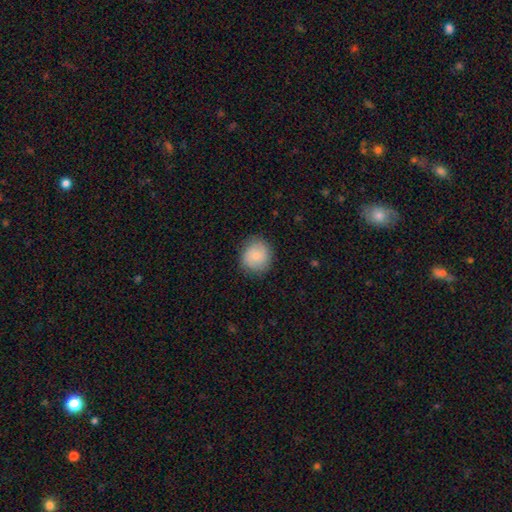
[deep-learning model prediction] smooth_or_featured: smooth (p=0.79) [alt: featured or disk p=0.14]
how_rounded: round (p=0.86) [alt: in between p=0.13]
merging: none (p=0.84) [alt: minor disturbance p=0.12]